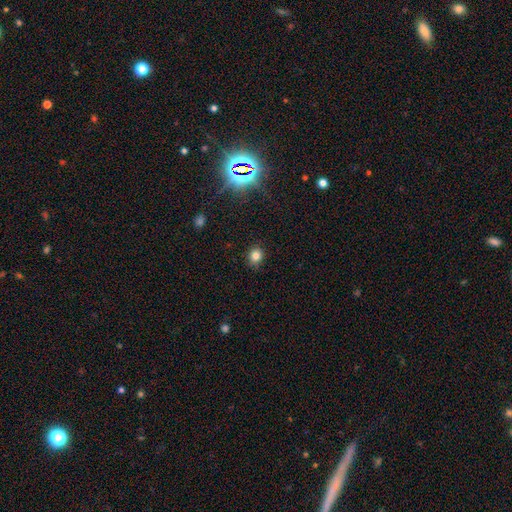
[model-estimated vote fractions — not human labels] The model was most divided on "how rounded": round: 73%, in between: 26%, cigar-shaped: 1%. More confident: merging — none (88%); smooth or featured — smooth (81%).